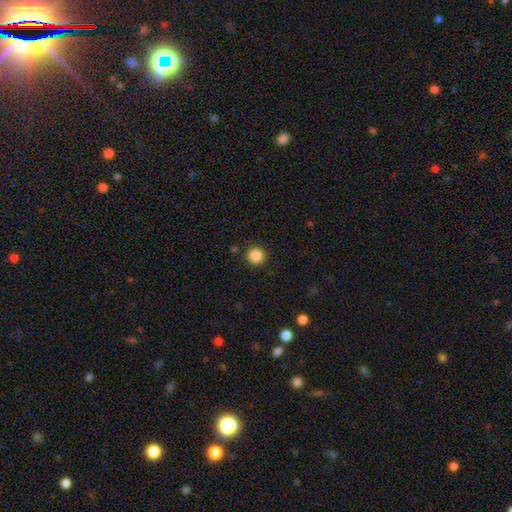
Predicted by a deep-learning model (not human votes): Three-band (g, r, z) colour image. It shows a smooth galaxy with no disk features (86%) that is round (94%). Merging: none (91%).